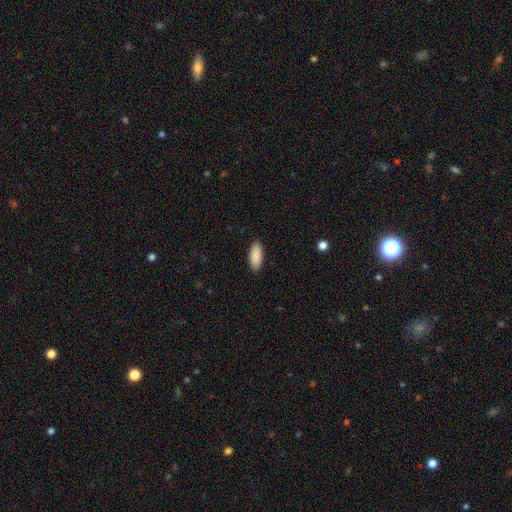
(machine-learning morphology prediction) This appears to be a smooth galaxy with no disk features (90%) that is in between round and cigar-shaped (78%). Merging: none (90%).